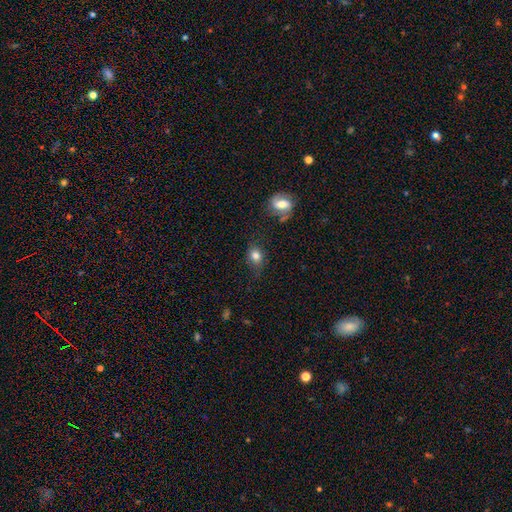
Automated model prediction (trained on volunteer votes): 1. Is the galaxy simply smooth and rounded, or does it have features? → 80% smooth, 10% star or artifact, 10% featured or disk.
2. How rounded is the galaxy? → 56% in between, 42% round, 2% cigar-shaped.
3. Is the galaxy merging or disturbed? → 68% none, 21% minor disturbance, 7% major disturbance, 4% merger.